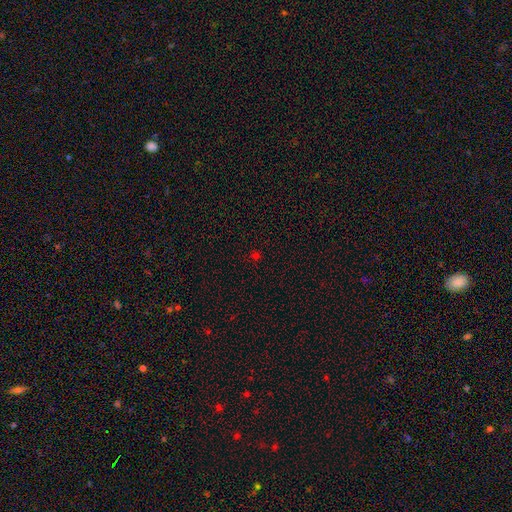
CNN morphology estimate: smooth 51%, star or artifact 44%, featured or disk 6%. Down the decision tree: how rounded — round (87%); merging — none (83%).